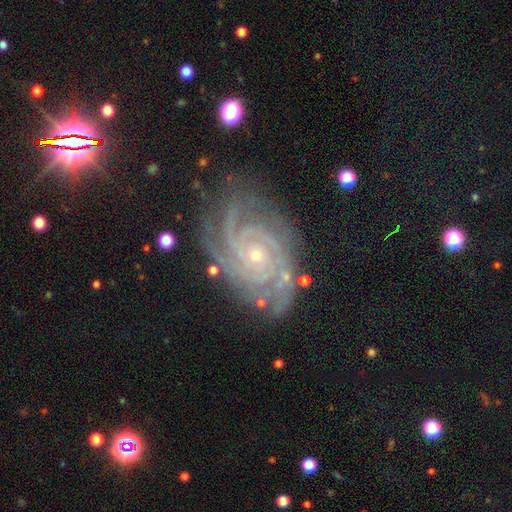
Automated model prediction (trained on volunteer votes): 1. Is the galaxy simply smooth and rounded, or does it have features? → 91% featured or disk, 6% star or artifact, 3% smooth.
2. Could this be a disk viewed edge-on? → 97% no, 3% yes.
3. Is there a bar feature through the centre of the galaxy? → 73% no, 20% weak, 7% strong.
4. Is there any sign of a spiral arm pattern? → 99% yes, 1% no.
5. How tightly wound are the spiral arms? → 76% tight, 21% medium, 3% loose.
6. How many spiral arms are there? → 28% 3, 23% 2, 19% 4, 14% can't tell, 9% more than 4, 7% 1.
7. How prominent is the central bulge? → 76% small, 20% moderate, 2% none, 1% large, 1% dominant.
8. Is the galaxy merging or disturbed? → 73% none, 19% minor disturbance, 6% major disturbance, 2% merger.